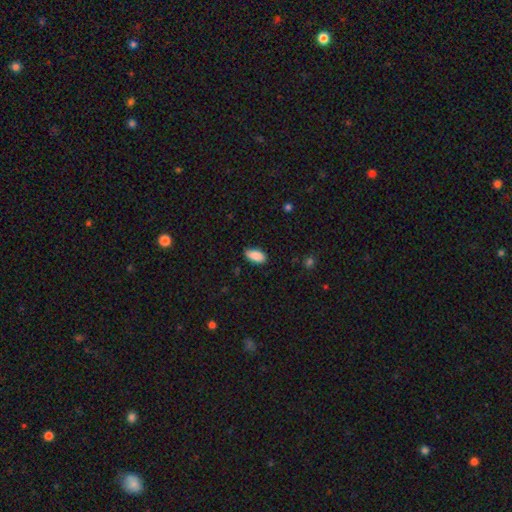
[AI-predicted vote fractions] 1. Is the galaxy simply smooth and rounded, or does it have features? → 89% smooth, 7% star or artifact, 4% featured or disk.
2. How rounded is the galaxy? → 93% in between, 4% cigar-shaped, 3% round.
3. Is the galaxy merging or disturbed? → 81% none, 15% minor disturbance, 2% major disturbance, 1% merger.